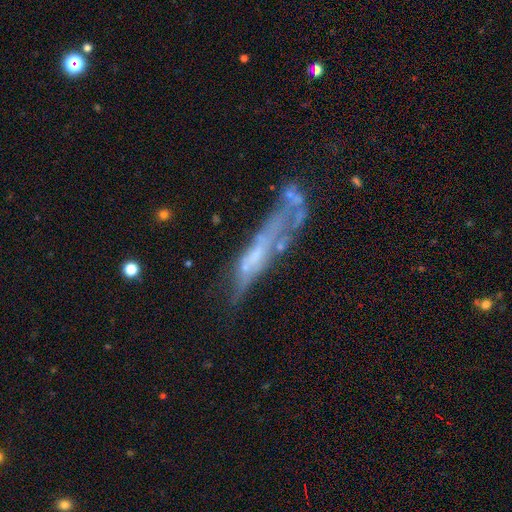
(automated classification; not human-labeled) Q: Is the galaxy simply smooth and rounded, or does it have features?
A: featured or disk — 58%.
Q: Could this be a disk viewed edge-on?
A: yes — 53%.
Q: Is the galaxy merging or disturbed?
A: none — 34%.